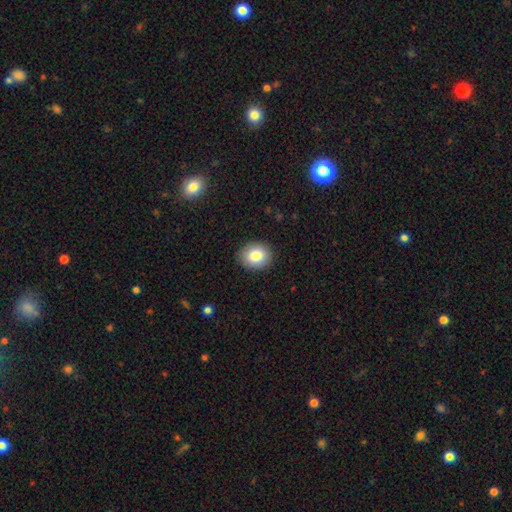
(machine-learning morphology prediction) smooth_or_featured: smooth (p=0.84) [alt: star or artifact p=0.08]
how_rounded: round (p=0.53) [alt: in between p=0.46]
merging: none (p=0.89) [alt: minor disturbance p=0.08]